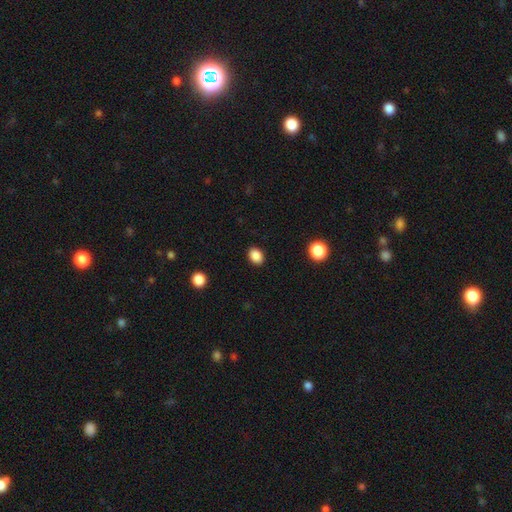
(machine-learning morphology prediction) A smooth galaxy with no disk features (87%) that is in between round and cigar-shaped (62%). Merging: none (89%).